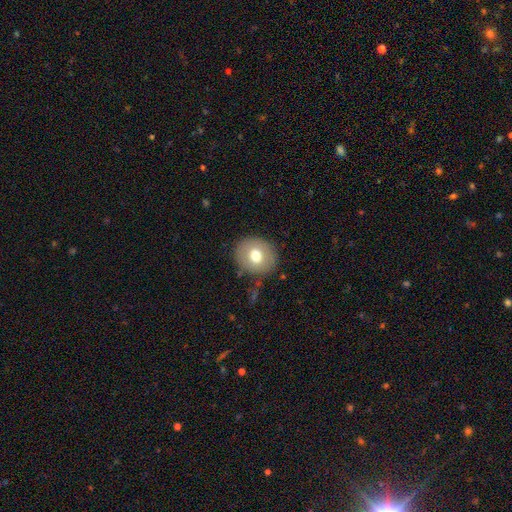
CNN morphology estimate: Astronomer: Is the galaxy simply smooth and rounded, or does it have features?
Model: smooth — 70%.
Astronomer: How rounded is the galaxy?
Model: round — 77%.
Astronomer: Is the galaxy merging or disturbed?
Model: none — 86%.